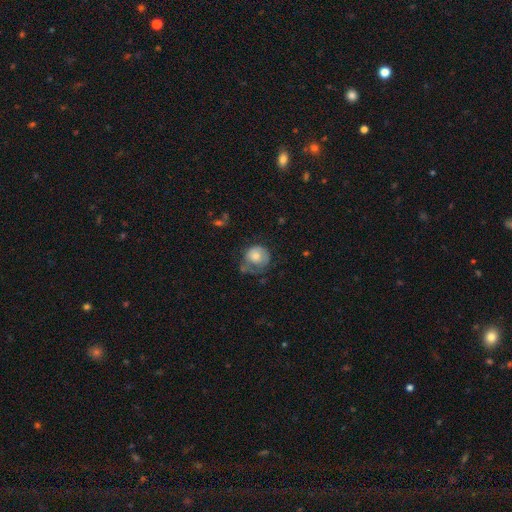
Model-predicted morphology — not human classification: smooth 69%, featured or disk 24%, star or artifact 8%. Down the decision tree: how rounded — round (82%); merging — none (39%).